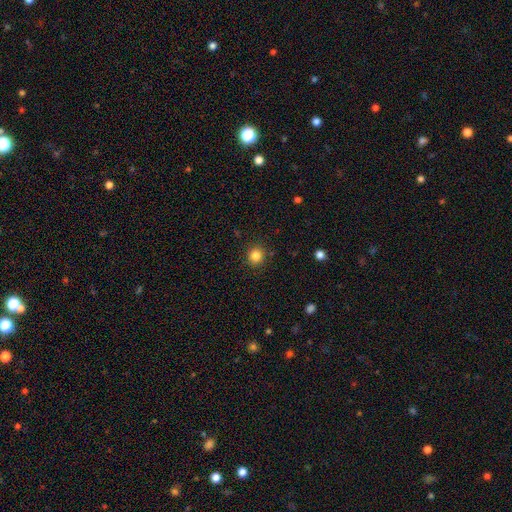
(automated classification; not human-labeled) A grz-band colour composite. It shows a smooth galaxy with no disk features (84%) that is round (92%). Merging: none (90%).